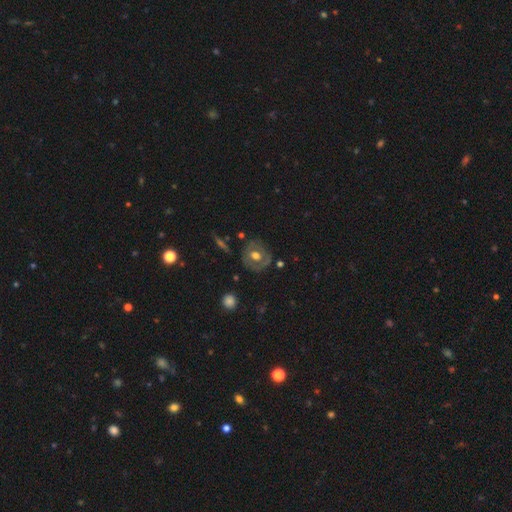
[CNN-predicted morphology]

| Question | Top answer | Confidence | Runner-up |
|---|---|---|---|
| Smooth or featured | featured or disk | 51% | smooth (42%) |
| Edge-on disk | no | 93% | yes (7%) |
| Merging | none | 75% | minor disturbance (16%) |